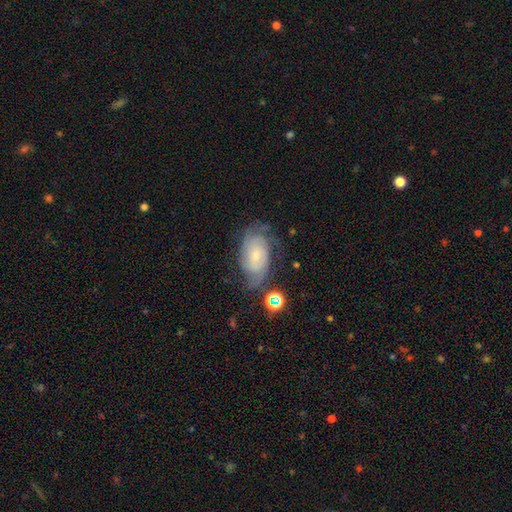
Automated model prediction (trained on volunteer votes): Morphology: type=featured or disk (76%); edge-on=no (96%); bar=no (70%); spiral arms=yes (93%); winding=tight (60%); arm count=2 (39%); bulge=small (66%); merging=none (64%).